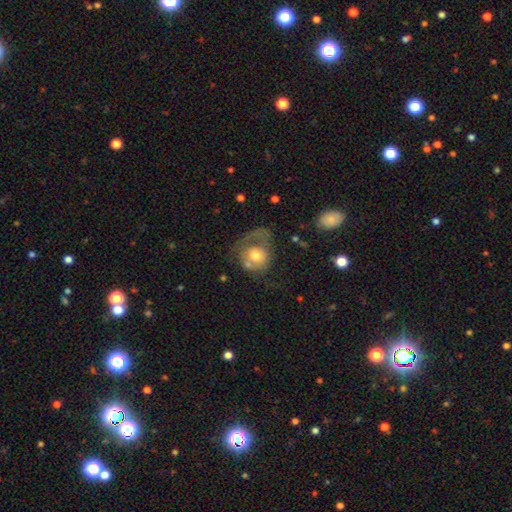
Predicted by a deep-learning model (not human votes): This appears to be a smooth galaxy with no disk features (50%). Merging: major disturbance (41%).